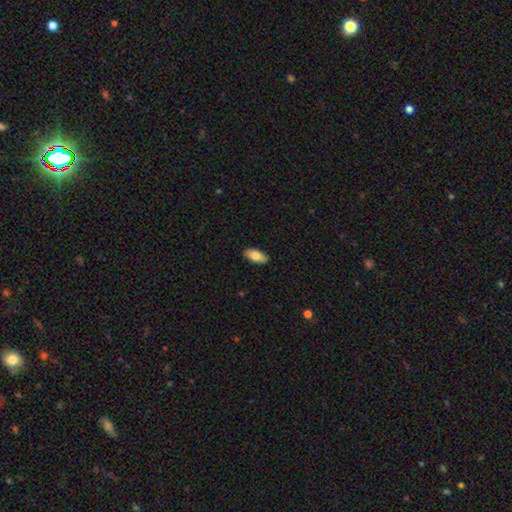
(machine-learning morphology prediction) This appears to be a smooth galaxy with no disk features (81%) that is in between round and cigar-shaped (89%). Merging: none (89%).